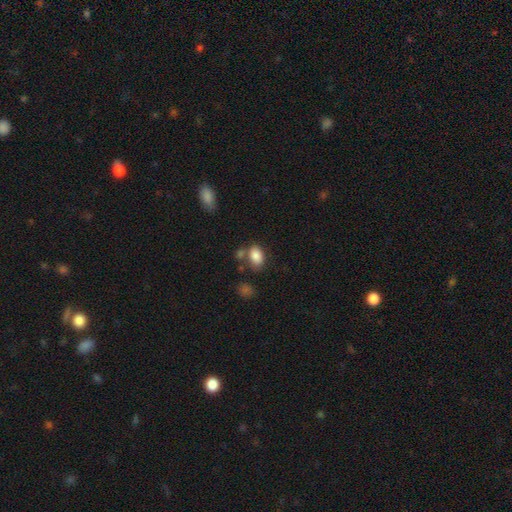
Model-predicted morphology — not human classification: type=smooth (85%); roundness=in between (85%); merging=none (61%).